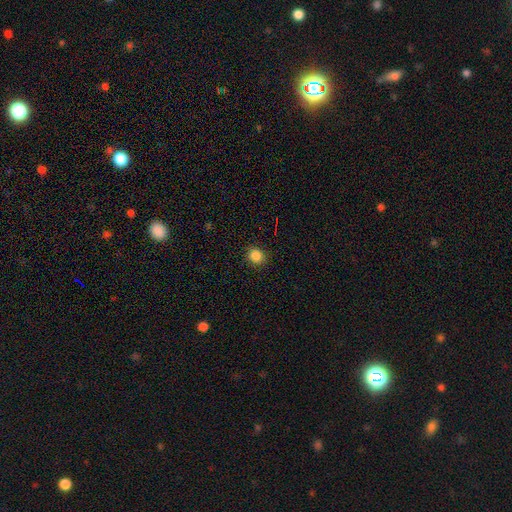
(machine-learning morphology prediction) Q: Smooth or featured?
A: smooth (85%); runner-up: star or artifact (11%)
Q: How rounded?
A: round (79%); runner-up: in between (20%)
Q: Merging?
A: none (89%); runner-up: minor disturbance (8%)